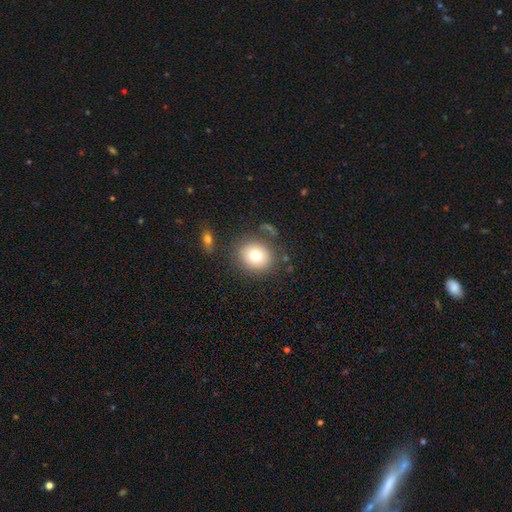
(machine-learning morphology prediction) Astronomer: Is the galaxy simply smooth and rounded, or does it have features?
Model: smooth — 76%.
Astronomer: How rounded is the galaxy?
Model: round — 76%.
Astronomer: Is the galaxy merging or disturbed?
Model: none — 80%.